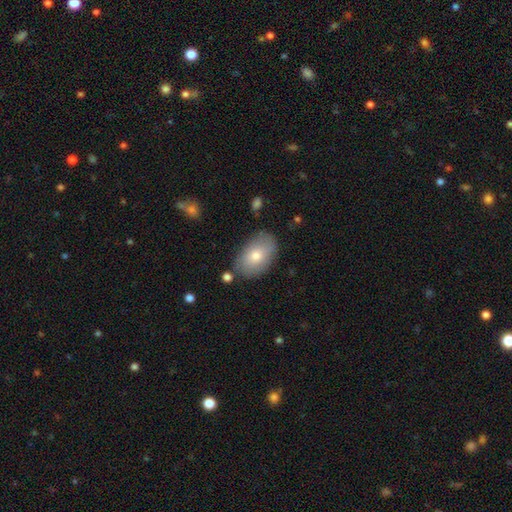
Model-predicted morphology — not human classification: A smooth galaxy with no disk features (73%) that is in between round and cigar-shaped (90%). Merging: none (79%).